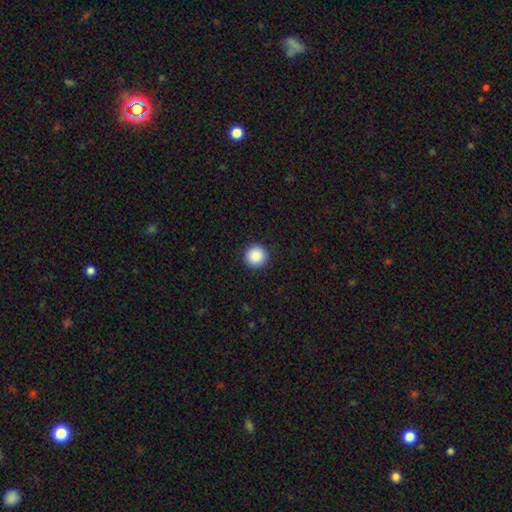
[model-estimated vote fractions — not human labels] Q: Smooth or featured?
A: smooth (89%); runner-up: star or artifact (8%)
Q: How rounded?
A: round (96%); runner-up: in between (3%)
Q: Merging?
A: none (93%); runner-up: minor disturbance (5%)